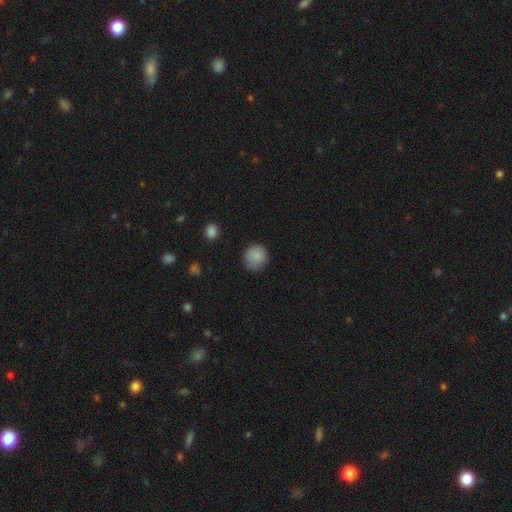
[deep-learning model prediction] Q: Smooth or featured?
A: smooth (85%); runner-up: star or artifact (9%)
Q: How rounded?
A: round (87%); runner-up: in between (12%)
Q: Merging?
A: none (78%); runner-up: minor disturbance (17%)